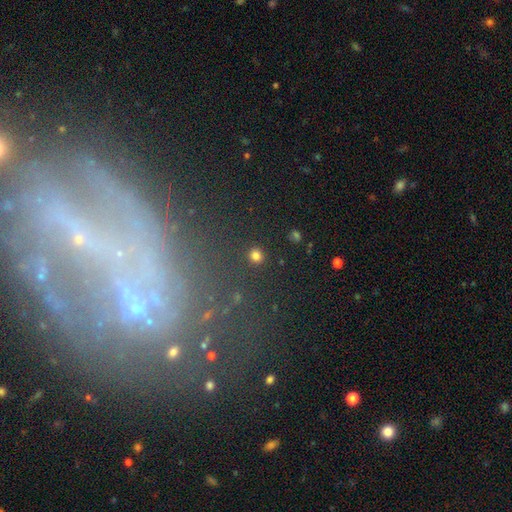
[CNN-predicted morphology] A smooth galaxy with no disk features (80%) that is round (91%).

Vote fractions:
- Smooth or featured? smooth: 80% / star or artifact: 15% / featured or disk: 4%
- How rounded? round: 91% / in between: 8% / cigar-shaped: 1%
- Merging? none: 91% / minor disturbance: 5% / major disturbance: 2% / merger: 2%